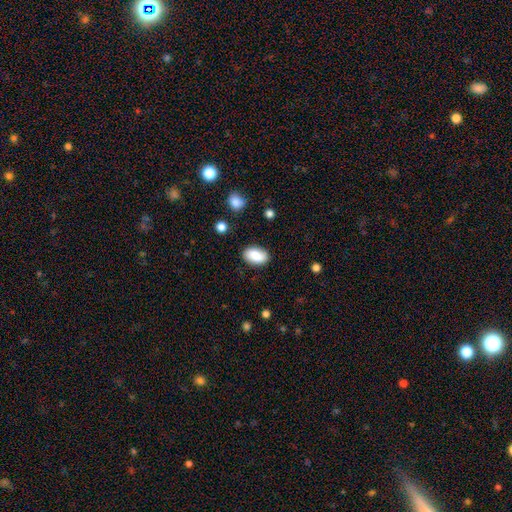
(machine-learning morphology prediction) Smooth or featured: smooth — 87% (star or artifact — 7%)
How rounded: in between — 91% (round — 7%)
Merging: none — 86% (minor disturbance — 10%)